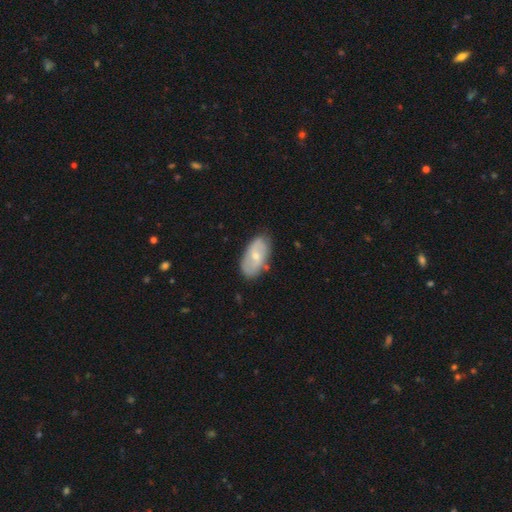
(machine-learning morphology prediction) Smooth or featured? Predicted: featured or disk (p=0.50). Merging? Predicted: none (p=0.75).